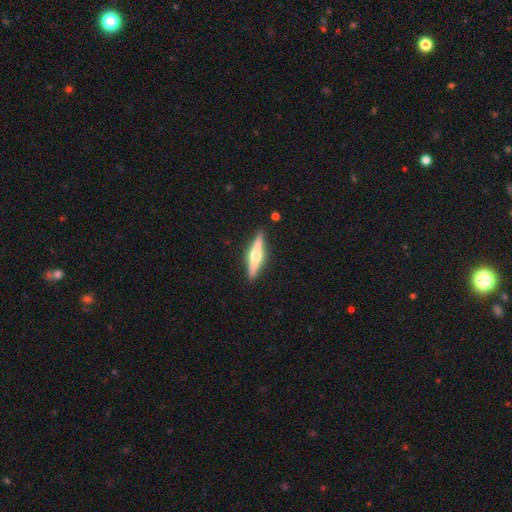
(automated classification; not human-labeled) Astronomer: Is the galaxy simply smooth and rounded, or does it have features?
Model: featured or disk — 68%.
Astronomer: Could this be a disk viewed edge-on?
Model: yes — 97%.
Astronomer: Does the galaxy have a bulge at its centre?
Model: rounded — 94%.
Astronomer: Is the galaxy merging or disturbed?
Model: none — 89%.